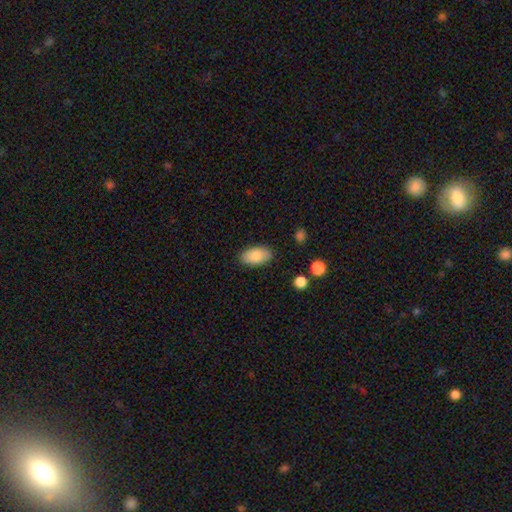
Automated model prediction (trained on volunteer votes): The model was most divided on "smooth or featured": smooth: 84%, featured or disk: 9%, star or artifact: 7%. More confident: how rounded — in between (94%); merging — none (86%).